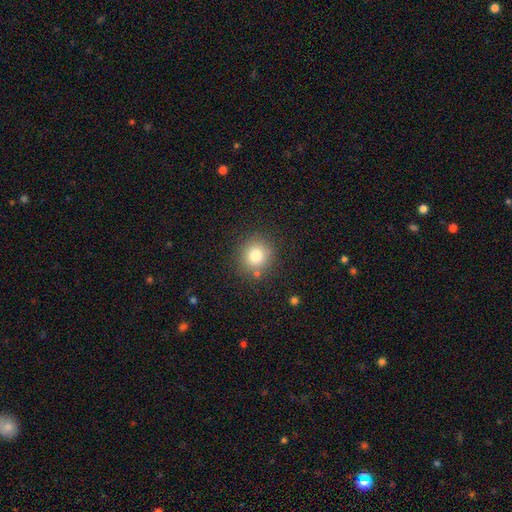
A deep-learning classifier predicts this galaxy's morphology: Smooth or featured?
  - smooth: 78% *
  - star or artifact: 13%
  - featured or disk: 9%
How rounded?
  - round: 90% *
  - in between: 9%
  - cigar-shaped: 1%
Merging?
  - none: 83% *
  - minor disturbance: 9%
  - merger: 4%
  - major disturbance: 3%